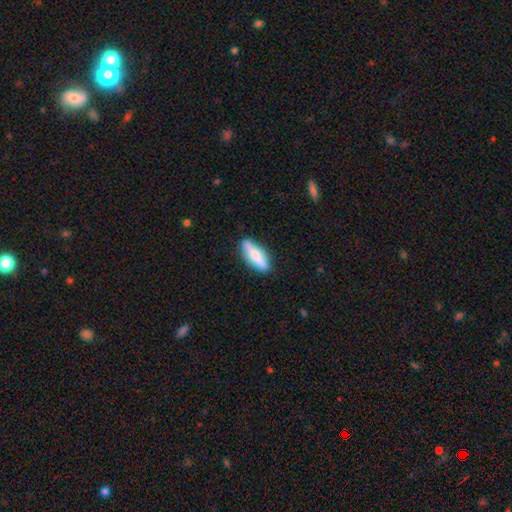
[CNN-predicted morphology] Smooth or featured: smooth — 61% (featured or disk — 33%)
How rounded: cigar-shaped — 52% (in between — 46%)
Merging: none — 85% (minor disturbance — 11%)